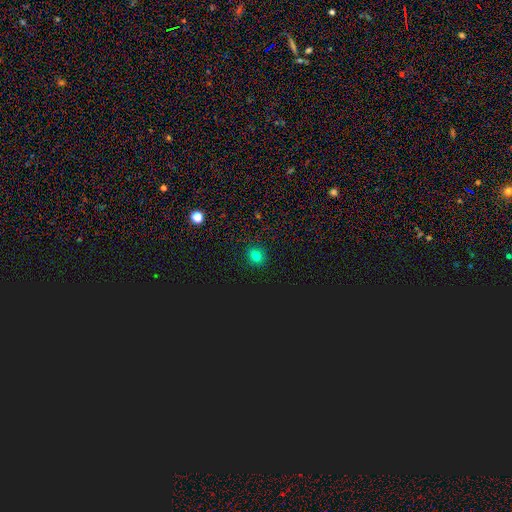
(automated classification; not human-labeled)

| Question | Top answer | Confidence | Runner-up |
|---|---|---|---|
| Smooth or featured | smooth | 73% | star or artifact (21%) |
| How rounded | round | 67% | in between (32%) |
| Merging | none | 89% | minor disturbance (7%) |